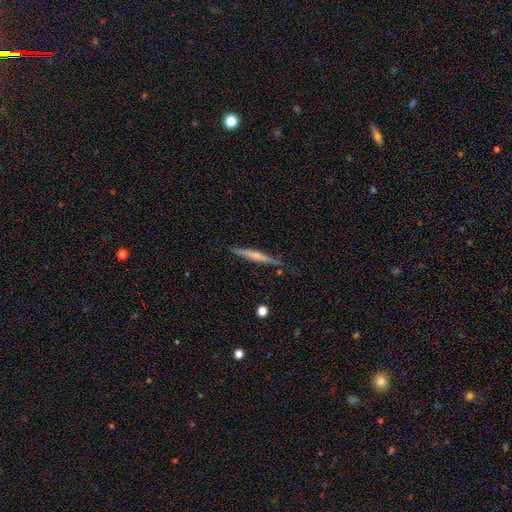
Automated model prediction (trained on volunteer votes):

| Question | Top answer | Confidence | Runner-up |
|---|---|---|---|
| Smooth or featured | featured or disk | 51% | smooth (43%) |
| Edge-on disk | yes | 97% | no (3%) |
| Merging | none | 84% | minor disturbance (12%) |